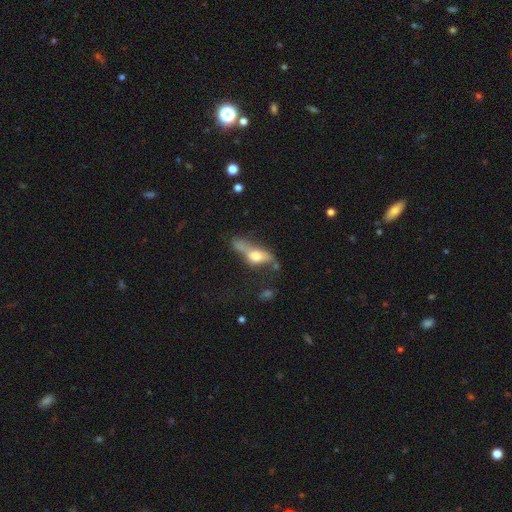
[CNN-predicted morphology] featured or disk 50%, smooth 40%, star or artifact 10%. Down the decision tree: merging — none (32%).